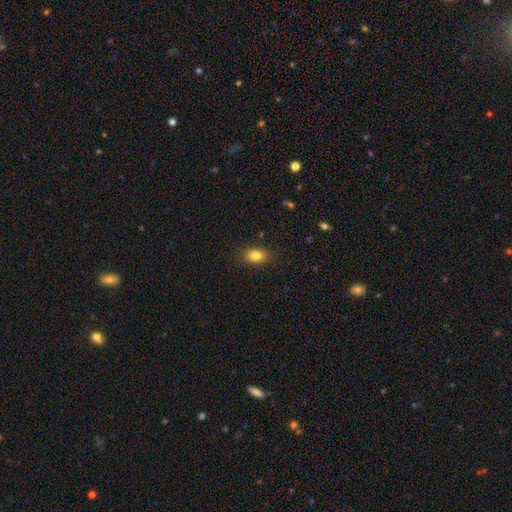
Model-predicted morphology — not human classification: smooth_or_featured: smooth (p=0.83) [alt: star or artifact p=0.10]
how_rounded: in between (p=0.81) [alt: round p=0.17]
merging: none (p=0.88) [alt: minor disturbance p=0.09]